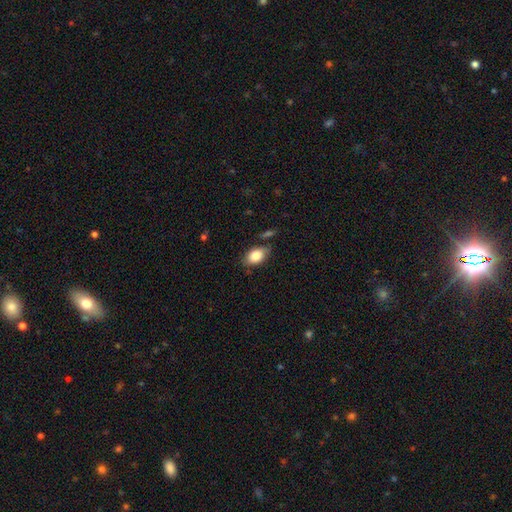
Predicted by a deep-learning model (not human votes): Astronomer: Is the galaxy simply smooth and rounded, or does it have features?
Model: smooth — 84%.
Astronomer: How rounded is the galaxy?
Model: in between — 88%.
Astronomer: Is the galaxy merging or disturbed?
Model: none — 72%.